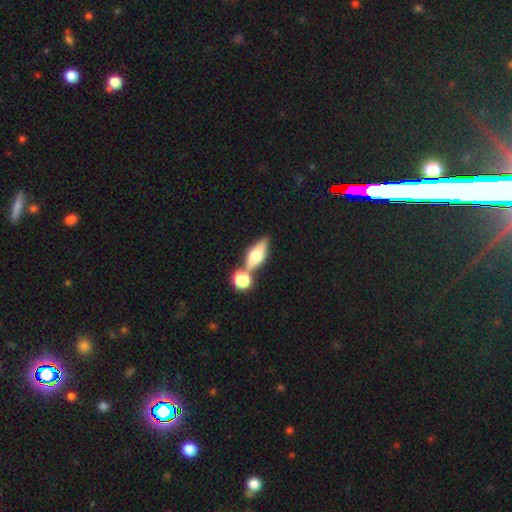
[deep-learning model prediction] Smooth or featured? Predicted: smooth (p=0.52). How rounded? Predicted: in between (p=0.65). Merging? Predicted: none (p=0.49).